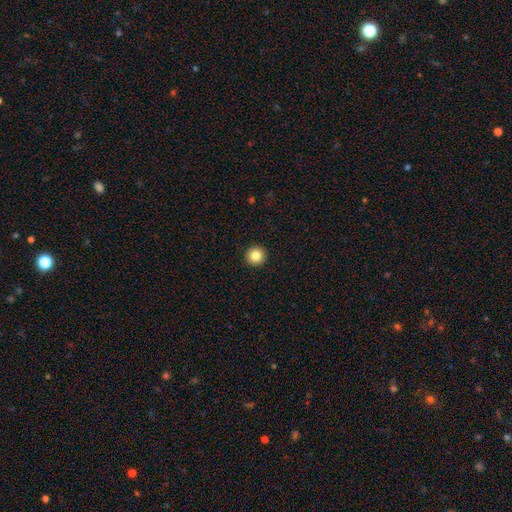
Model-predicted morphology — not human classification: Overall: smooth (84%). How rounded: round (96%). Merging: none (94%).